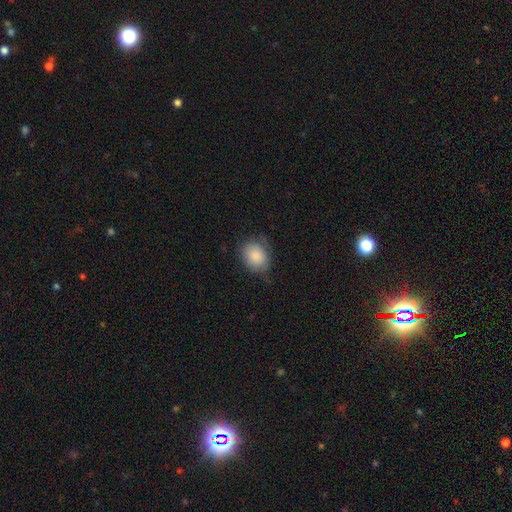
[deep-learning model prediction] Smooth or featured: smooth — 85% (featured or disk — 8%)
How rounded: in between — 52% (round — 47%)
Merging: none — 66% (minor disturbance — 26%)